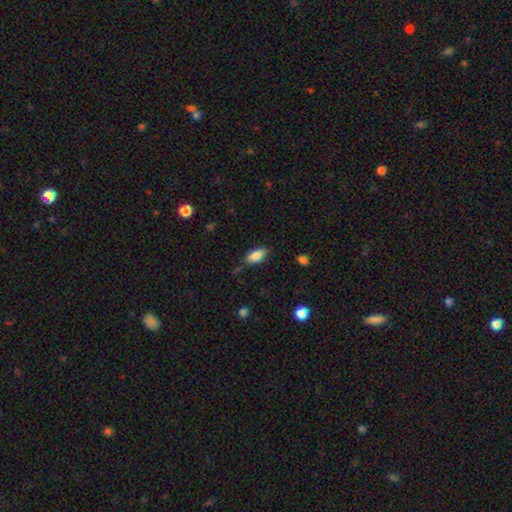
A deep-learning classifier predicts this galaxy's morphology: This is clearly a smooth galaxy (85%). How rounded: clearly in between (90%). Merging: likely none (72%).